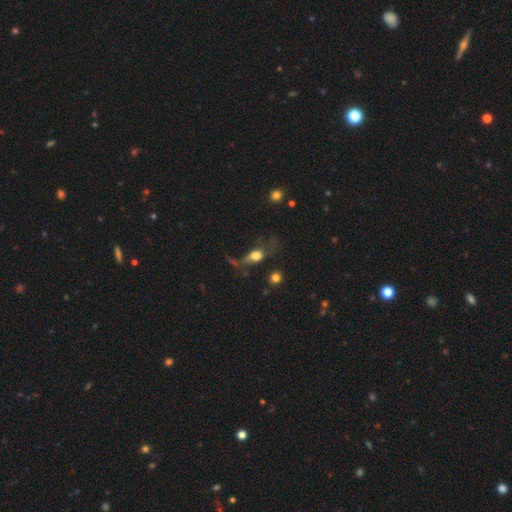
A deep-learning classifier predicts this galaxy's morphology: Smooth or featured? Predicted: smooth (p=0.60). How rounded? Predicted: in between (p=0.61). Merging? Predicted: major disturbance (p=0.46).